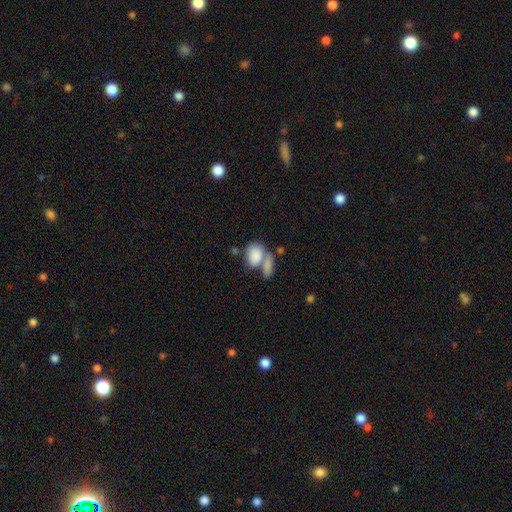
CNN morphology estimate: smooth-or-featured: smooth: 83% | featured or disk: 10% | star or artifact: 7%
  how-rounded: in between: 74% | round: 24% | cigar-shaped: 2%
  merging: merger: 50% | none: 32% | minor disturbance: 11% | major disturbance: 7%